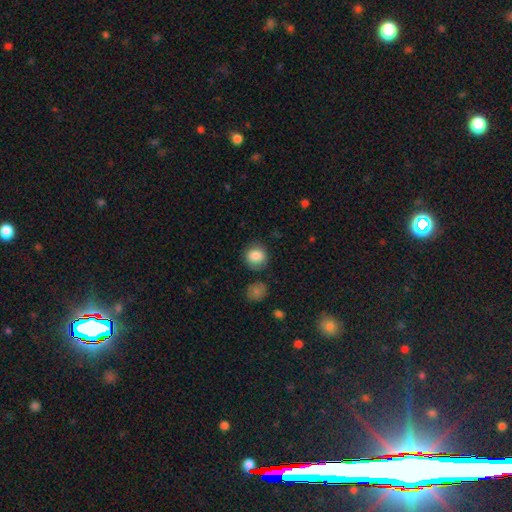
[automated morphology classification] A smooth galaxy with no disk features (86%) that is round (80%).

Vote fractions:
- Smooth or featured? smooth: 86% / star or artifact: 8% / featured or disk: 6%
- How rounded? round: 80% / in between: 19% / cigar-shaped: 1%
- Merging? none: 79% / minor disturbance: 14% / major disturbance: 4% / merger: 3%